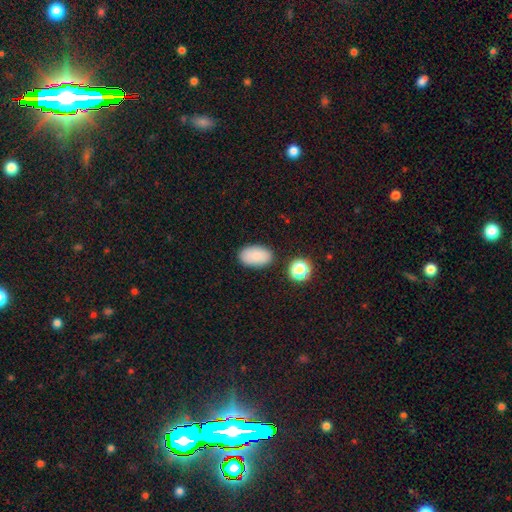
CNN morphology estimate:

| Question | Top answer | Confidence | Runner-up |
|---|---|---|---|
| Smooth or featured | smooth | 86% | star or artifact (9%) |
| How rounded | in between | 93% | round (6%) |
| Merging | none | 84% | minor disturbance (10%) |